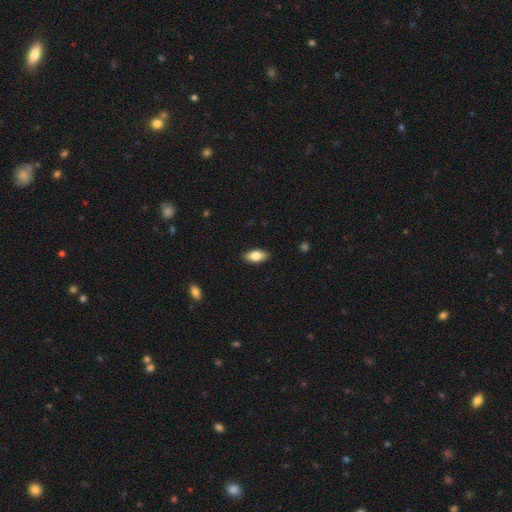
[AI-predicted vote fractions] smooth 76%, featured or disk 18%, star or artifact 7%. Down the decision tree: how rounded — in between (88%); merging — none (88%).